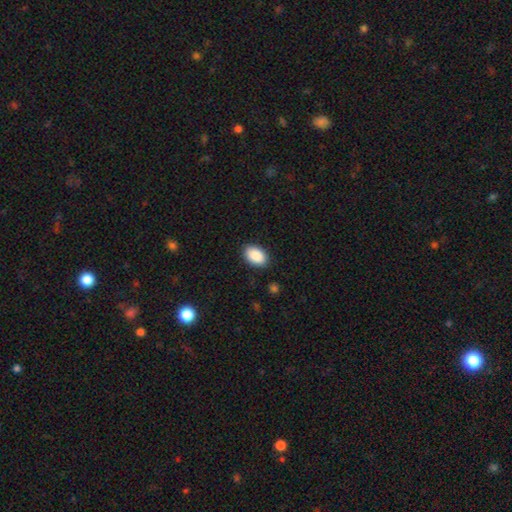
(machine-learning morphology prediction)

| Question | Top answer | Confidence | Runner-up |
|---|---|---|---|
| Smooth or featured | smooth | 90% | star or artifact (7%) |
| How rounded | in between | 91% | round (8%) |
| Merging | none | 88% | minor disturbance (9%) |